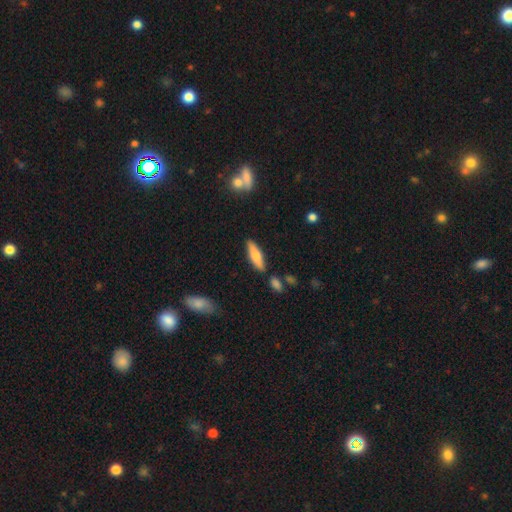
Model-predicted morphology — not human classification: smooth-or-featured: smooth: 67% | featured or disk: 26% | star or artifact: 6%
  how-rounded: cigar-shaped: 60% | in between: 38% | round: 2%
  merging: none: 83% | minor disturbance: 11% | merger: 4% | major disturbance: 2%